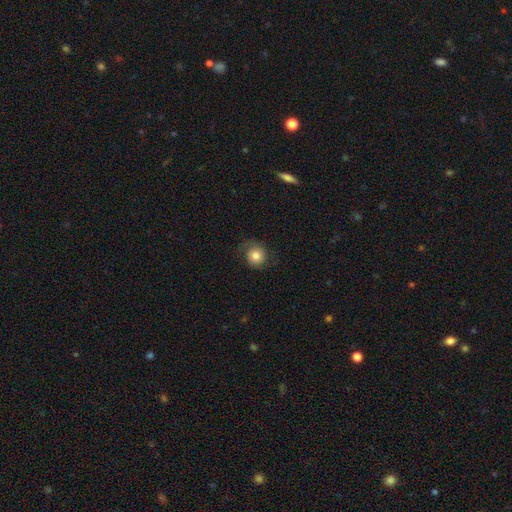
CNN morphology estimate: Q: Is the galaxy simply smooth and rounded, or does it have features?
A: smooth — 73%.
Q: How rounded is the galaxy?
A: round — 83%.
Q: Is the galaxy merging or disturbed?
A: none — 65%.